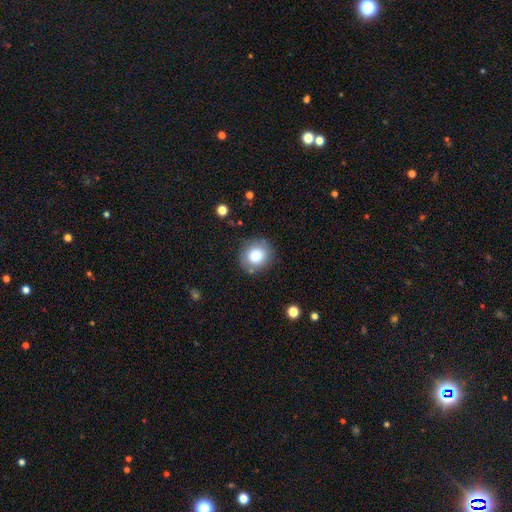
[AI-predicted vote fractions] A smooth galaxy with no disk features (80%) that is round (86%). Merging: none (83%).